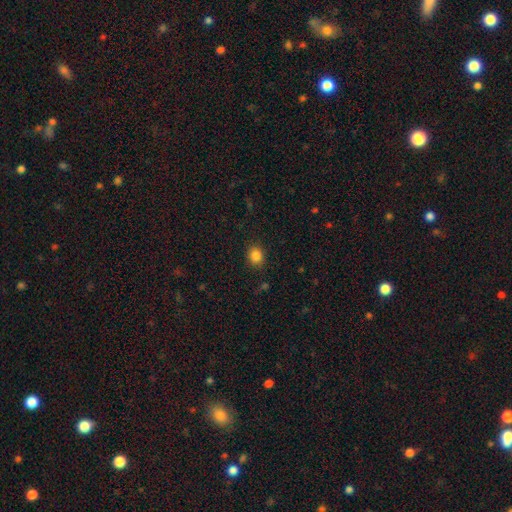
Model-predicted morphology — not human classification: A smooth galaxy with no disk features (85%) that is round (66%). Merging: none (87%).